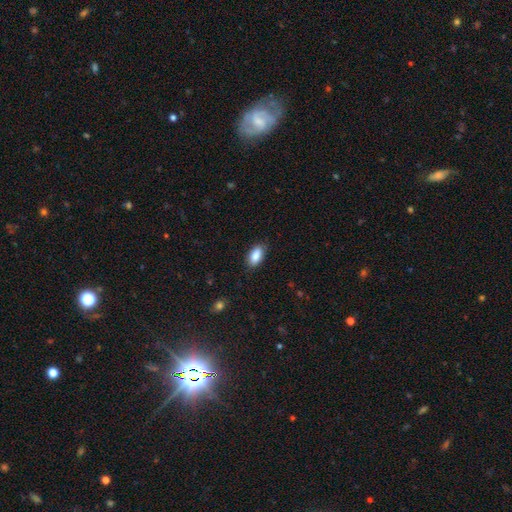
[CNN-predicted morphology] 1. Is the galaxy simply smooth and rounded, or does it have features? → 87% smooth, 7% star or artifact, 6% featured or disk.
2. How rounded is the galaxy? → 91% in between, 5% cigar-shaped, 3% round.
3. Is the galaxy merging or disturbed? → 83% none, 13% minor disturbance, 3% major disturbance, 1% merger.